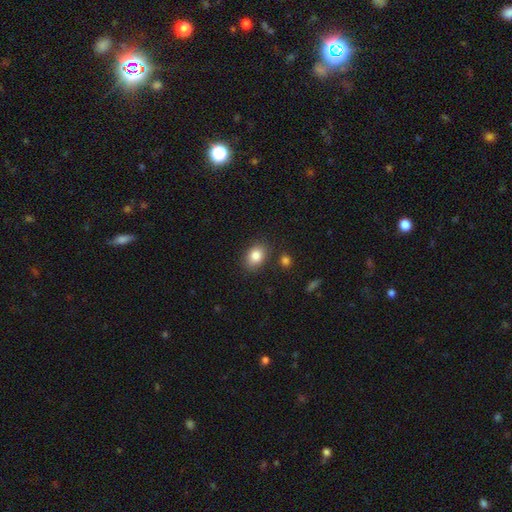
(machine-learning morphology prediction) A smooth galaxy with no disk features (84%) that is in between round and cigar-shaped (72%). Merging: none (82%).